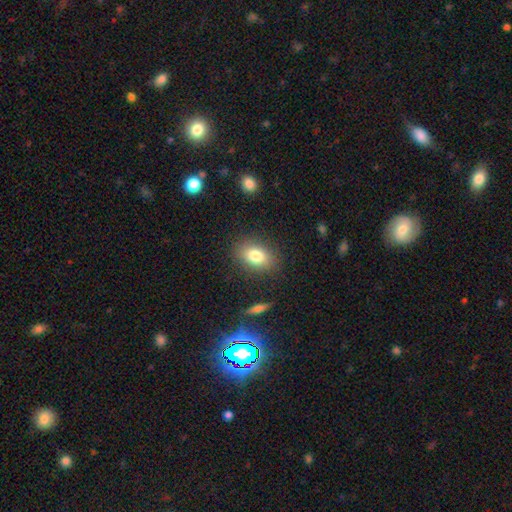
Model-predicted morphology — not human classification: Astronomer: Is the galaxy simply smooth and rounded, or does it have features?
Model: smooth — 80%.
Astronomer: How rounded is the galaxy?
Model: in between — 82%.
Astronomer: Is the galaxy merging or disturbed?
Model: none — 84%.